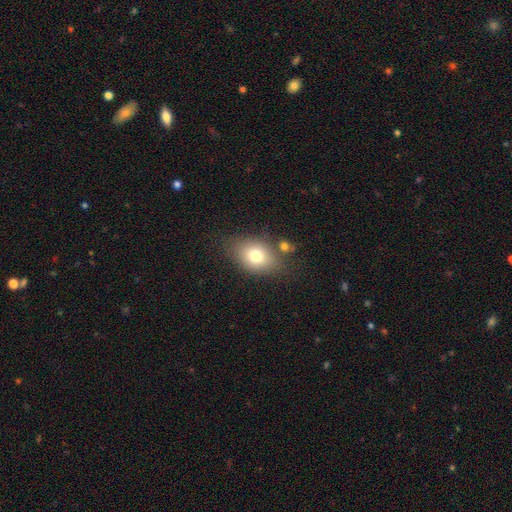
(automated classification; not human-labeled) Morphology: type=smooth (76%); roundness=in between (69%); merging=none (69%).